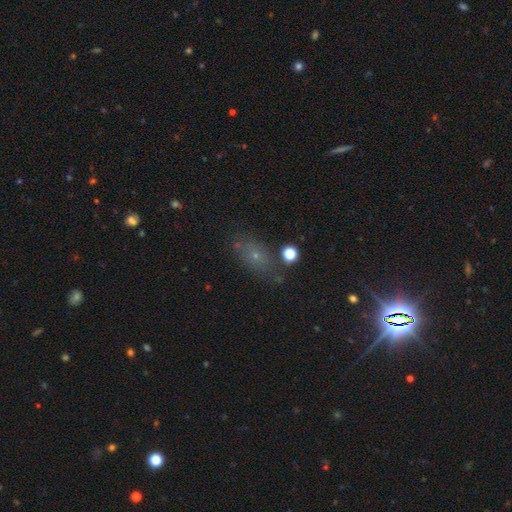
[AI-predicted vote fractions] This is possibly a smooth galaxy (55%). How rounded: likely in between (74%). Merging: likely none (71%).